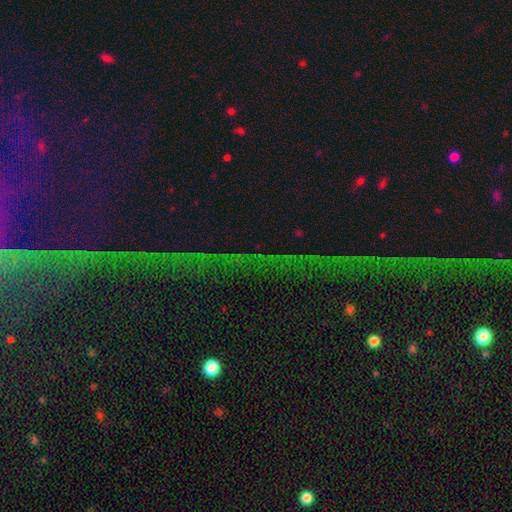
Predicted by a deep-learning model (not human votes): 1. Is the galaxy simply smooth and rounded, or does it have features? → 75% star or artifact, 14% featured or disk, 11% smooth.